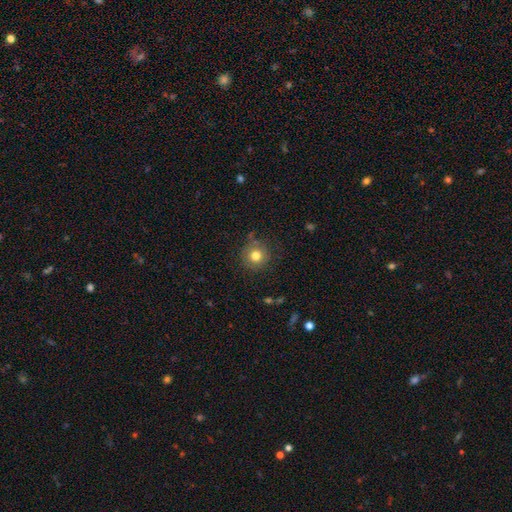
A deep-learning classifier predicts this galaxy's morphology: smooth 78%, star or artifact 12%, featured or disk 10%. Down the decision tree: how rounded — round (94%); merging — none (83%).